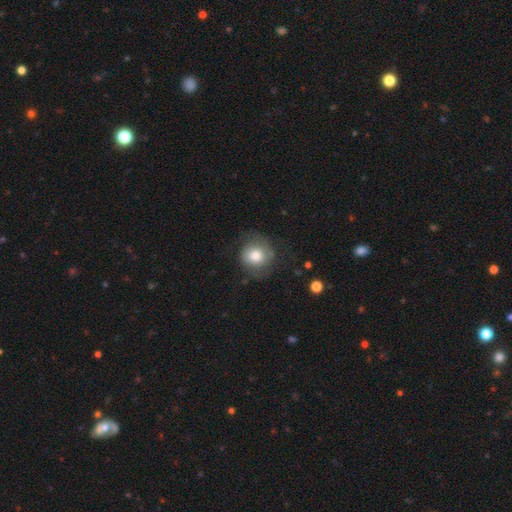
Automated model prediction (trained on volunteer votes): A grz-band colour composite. It shows a smooth galaxy with no disk features (66%) that is round (85%). Merging: none (65%).